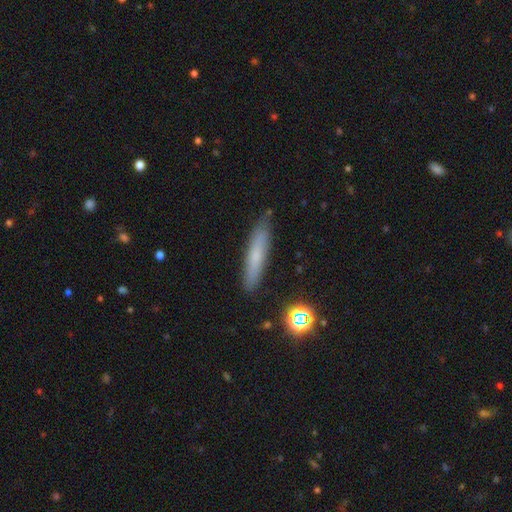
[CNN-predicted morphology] This is likely a smooth galaxy (68%). How rounded: clearly cigar-shaped (89%). Merging: clearly none (86%).